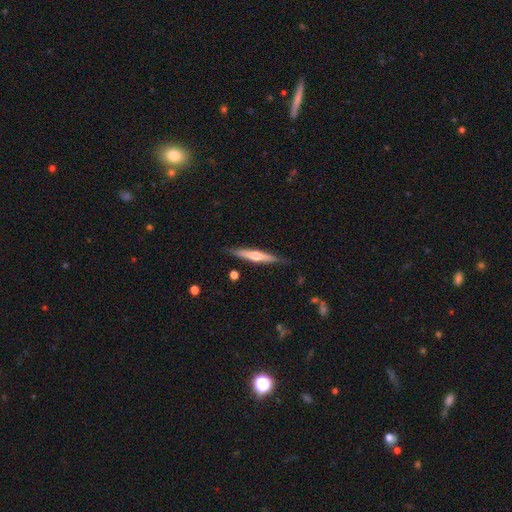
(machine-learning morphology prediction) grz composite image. It shows a featured or disk galaxy (61%) viewed edge-on (97%) with a rounded central bulge (86%). Merging: none (86%).